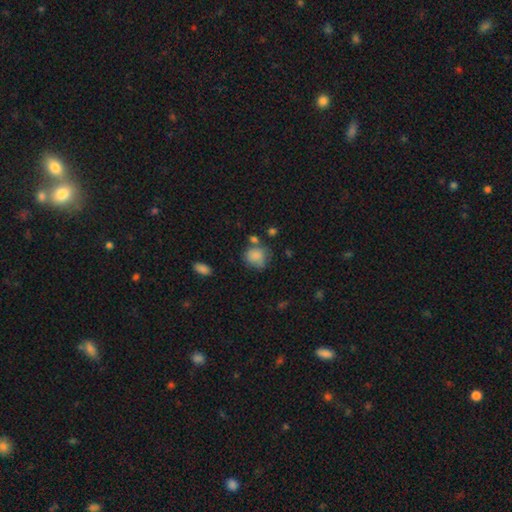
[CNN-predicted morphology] Smooth or featured? Predicted: smooth (p=0.81). How rounded? Predicted: round (p=0.68). Merging? Predicted: none (p=0.50).